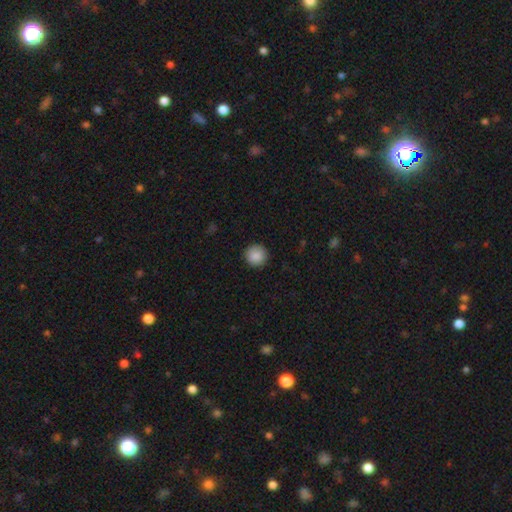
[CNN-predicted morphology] Smooth or featured?
  - smooth: 89% *
  - star or artifact: 8%
  - featured or disk: 3%
How rounded?
  - round: 94% *
  - in between: 5%
  - cigar-shaped: 1%
Merging?
  - none: 91% *
  - minor disturbance: 7%
  - major disturbance: 2%
  - merger: 1%